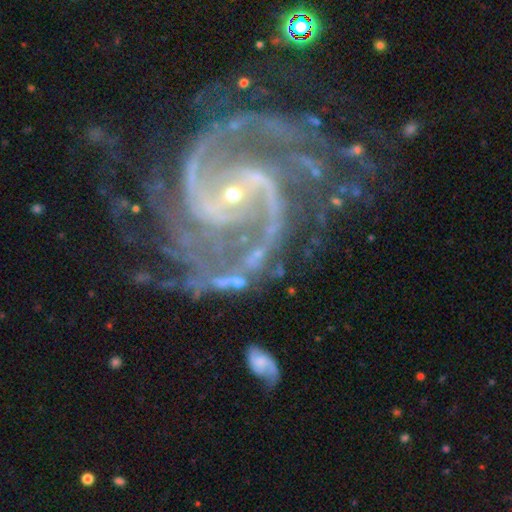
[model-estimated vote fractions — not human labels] Smooth or featured? Predicted: featured or disk (p=0.81). Edge-on disk? Predicted: no (p=0.97). Bar? Predicted: no (p=0.39). Spiral arms? Predicted: yes (p=0.93). Spiral winding? Predicted: medium (p=0.41). Spiral arm count? Predicted: 2 (p=0.50). Bulge size? Predicted: small (p=0.68). Merging? Predicted: none (p=0.50).